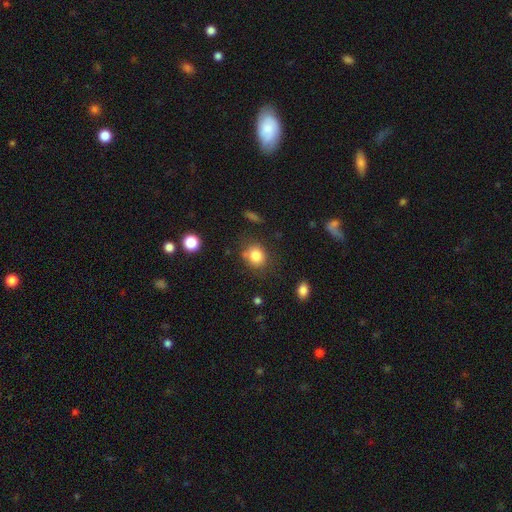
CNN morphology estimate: Smooth or featured? smooth (83%)
How rounded? round (72%)
Merging? none (74%)